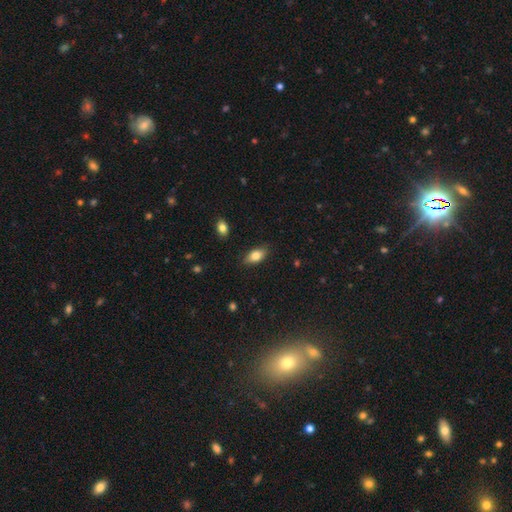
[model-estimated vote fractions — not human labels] This is clearly a smooth galaxy (80%). How rounded: clearly in between (89%). Merging: clearly none (84%).